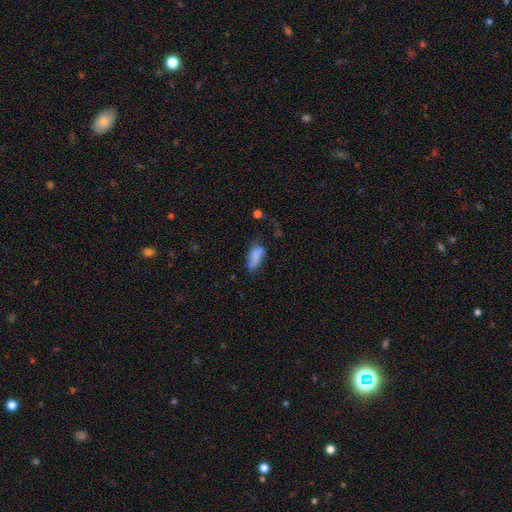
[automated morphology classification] Overall: smooth (76%). How rounded: in between (82%). Merging: none (41%; minor disturbance 31%).